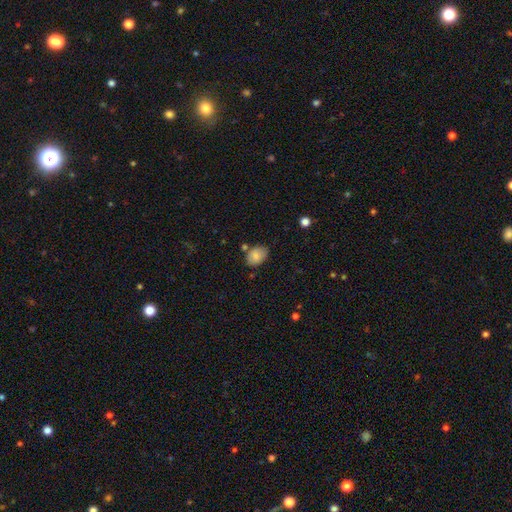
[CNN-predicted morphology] The model was most divided on "merging": none: 69%, minor disturbance: 20%, merger: 7%, major disturbance: 4%. More confident: smooth or featured — smooth (84%); how rounded — in between (78%).